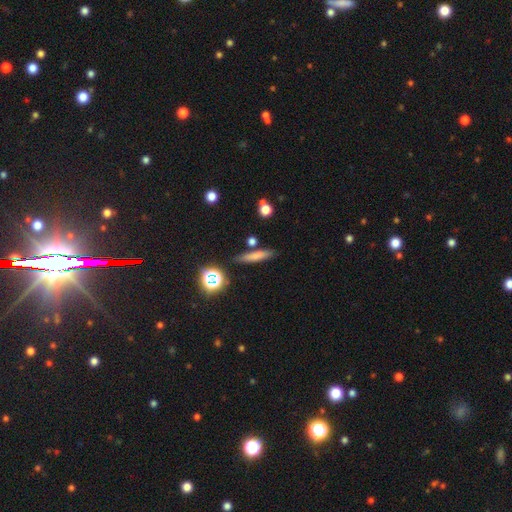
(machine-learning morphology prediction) type=smooth (70%); roundness=cigar-shaped (86%); merging=none (81%).